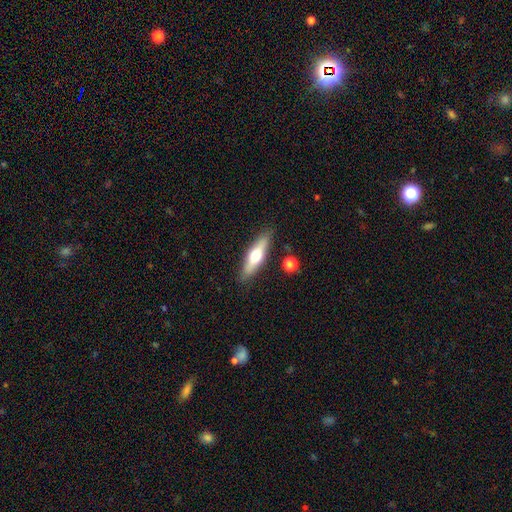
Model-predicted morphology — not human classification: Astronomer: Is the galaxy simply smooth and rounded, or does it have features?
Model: smooth — 50% (runner-up: featured or disk, 44%).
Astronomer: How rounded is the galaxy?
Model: cigar-shaped — 66%.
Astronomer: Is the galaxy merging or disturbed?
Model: none — 86%.